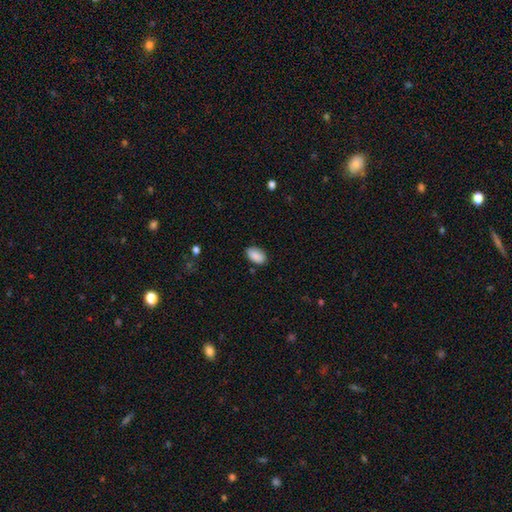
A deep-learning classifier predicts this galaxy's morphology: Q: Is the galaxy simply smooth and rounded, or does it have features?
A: smooth — 89%.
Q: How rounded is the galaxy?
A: in between — 93%.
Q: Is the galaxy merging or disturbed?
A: none — 83%.